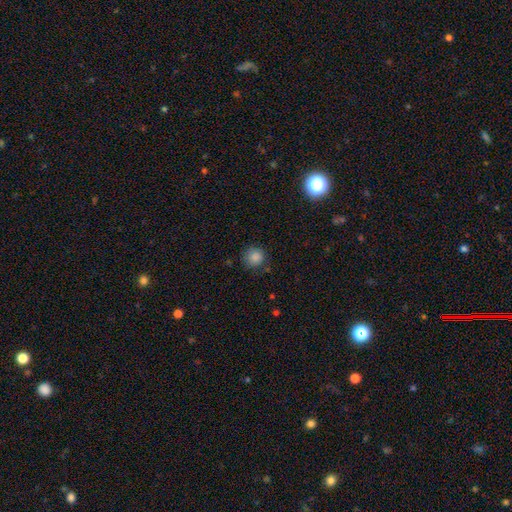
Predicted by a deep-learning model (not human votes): Smooth or featured? smooth (82%)
How rounded? round (93%)
Merging? none (81%)